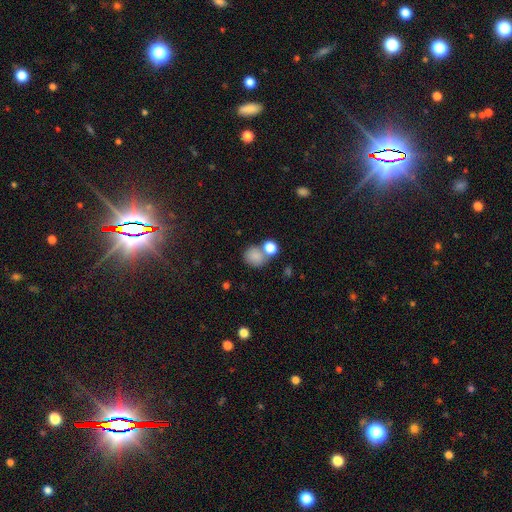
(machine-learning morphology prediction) type=smooth (82%); roundness=round (78%); merging=none (54%).